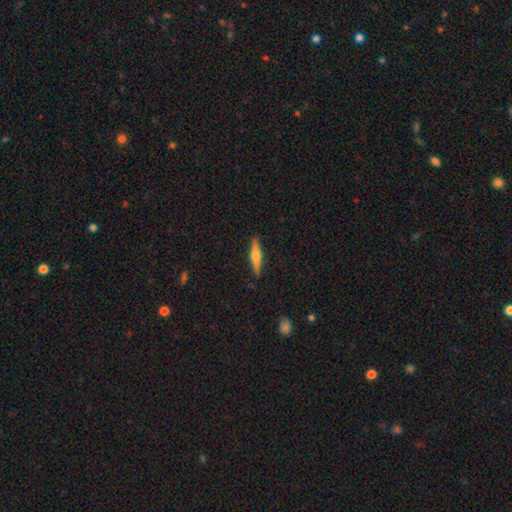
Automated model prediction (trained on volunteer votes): Overall: featured or disk (56%; smooth 37%). Edge-on disk: yes (97%). Edge-on bulge: rounded (89%). Merging: none (90%).